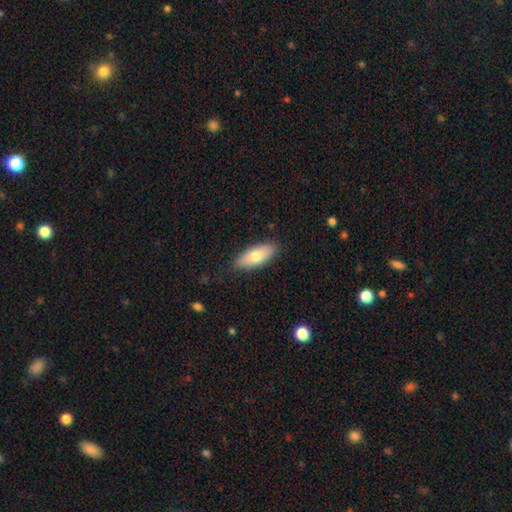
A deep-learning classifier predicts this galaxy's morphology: smooth-or-featured: smooth: 73% | featured or disk: 21% | star or artifact: 6%
  how-rounded: in between: 80% | cigar-shaped: 18% | round: 2%
  merging: none: 86% | minor disturbance: 11% | major disturbance: 2% | merger: 1%